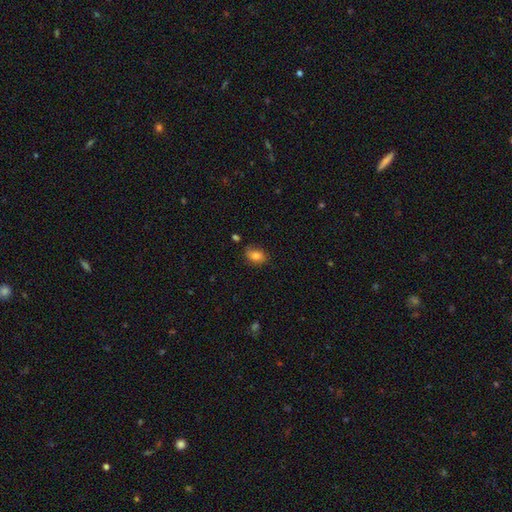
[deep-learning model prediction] Morphology: type=smooth (82%); roundness=in between (82%); merging=none (74%).